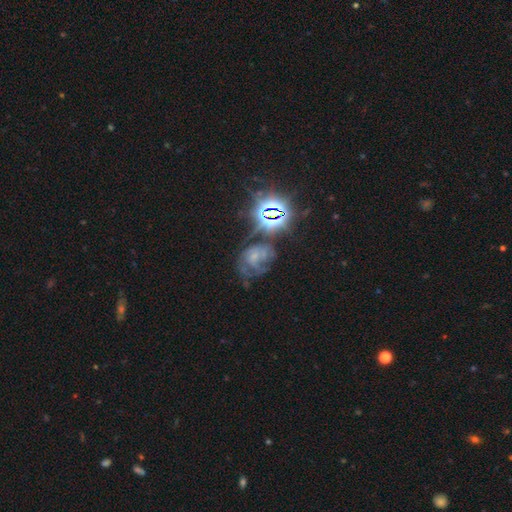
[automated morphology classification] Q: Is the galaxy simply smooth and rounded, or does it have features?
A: featured or disk — 46%.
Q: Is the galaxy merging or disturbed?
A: none — 35%.